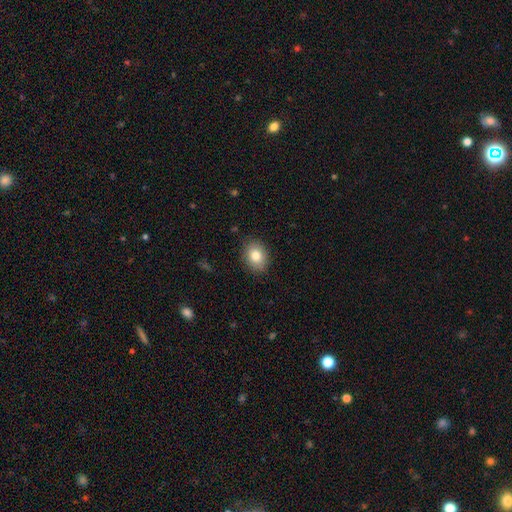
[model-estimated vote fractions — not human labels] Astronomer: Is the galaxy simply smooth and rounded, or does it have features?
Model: smooth — 82%.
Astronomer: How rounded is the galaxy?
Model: in between — 62%.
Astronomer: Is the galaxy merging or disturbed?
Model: none — 86%.